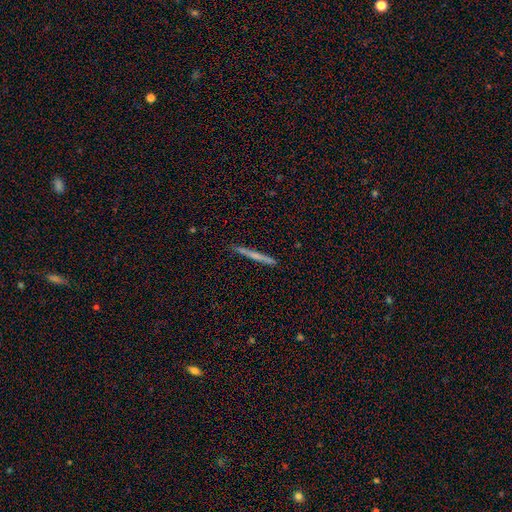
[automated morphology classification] Q: Smooth or featured?
A: smooth (52%); runner-up: featured or disk (41%)
Q: How rounded?
A: cigar-shaped (96%); runner-up: in between (2%)
Q: Merging?
A: none (90%); runner-up: minor disturbance (8%)